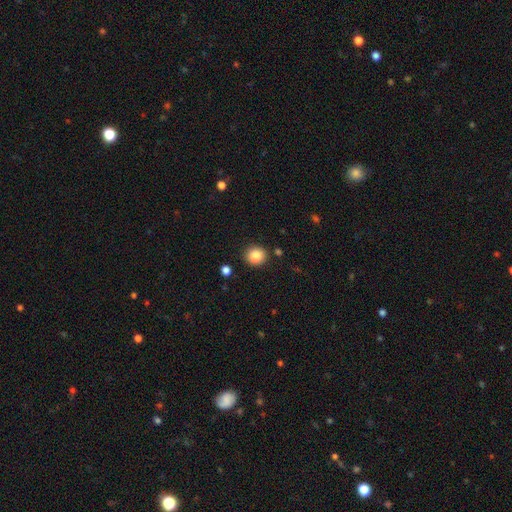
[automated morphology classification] This appears to be a smooth galaxy with no disk features (87%) that is round (85%). Merging: none (88%).